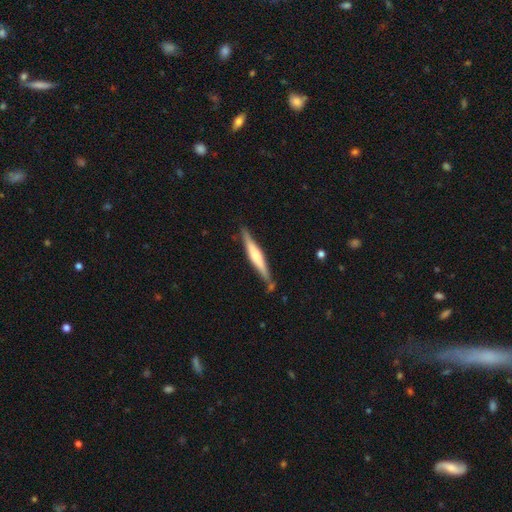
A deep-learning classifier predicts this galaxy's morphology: Smooth or featured? featured or disk (54%)
Edge-on disk? yes (96%)
Edge-on bulge? rounded (58%)
Merging? none (80%)